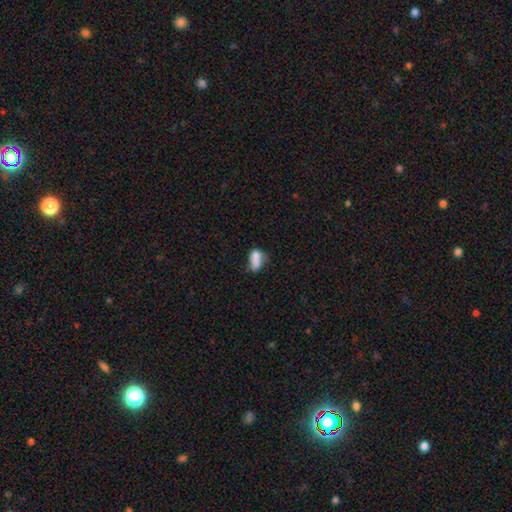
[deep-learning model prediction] Overall: smooth (73%). How rounded: in between (82%). Merging: none (28%; minor disturbance 27%).